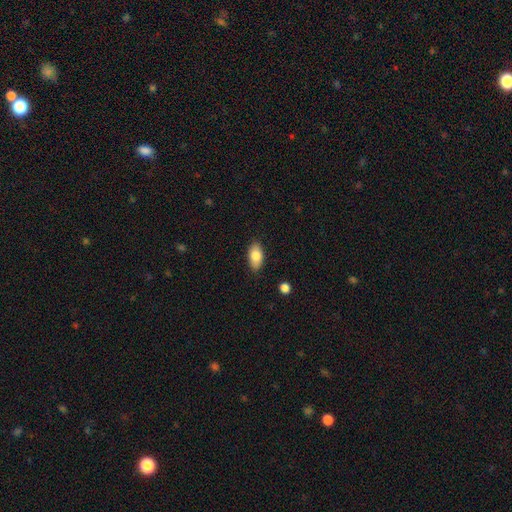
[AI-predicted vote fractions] The model was most divided on "smooth or featured": smooth: 82%, featured or disk: 11%, star or artifact: 7%. More confident: how rounded — in between (92%); merging — none (86%).